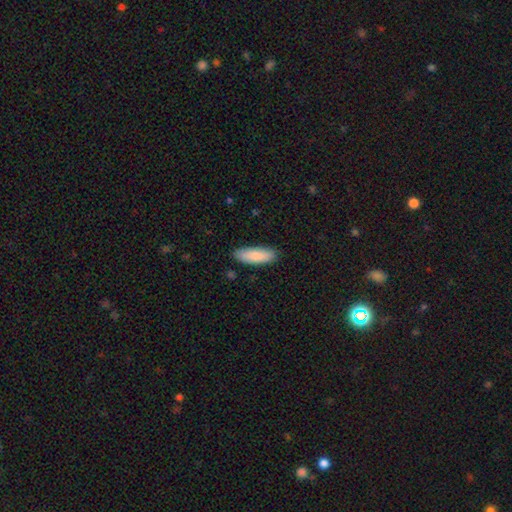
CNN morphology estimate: This appears to be a smooth galaxy with no disk features (87%) that is in between round and cigar-shaped (58%). Merging: none (86%).